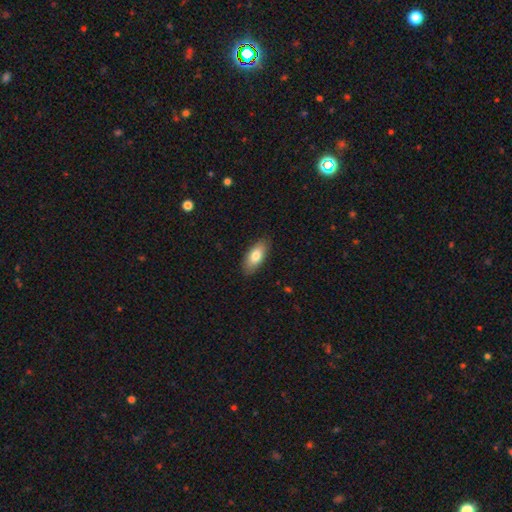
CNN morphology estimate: Smooth or featured? smooth (78%)
How rounded? in between (87%)
Merging? none (87%)